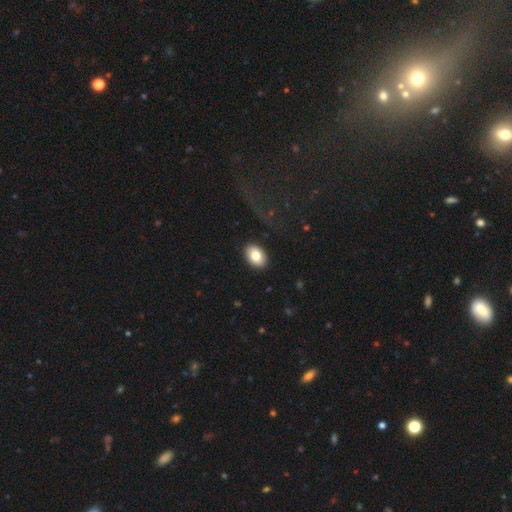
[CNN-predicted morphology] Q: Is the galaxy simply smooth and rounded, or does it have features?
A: smooth — 81%.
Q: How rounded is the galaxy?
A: in between — 84%.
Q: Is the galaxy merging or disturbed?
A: none — 89%.